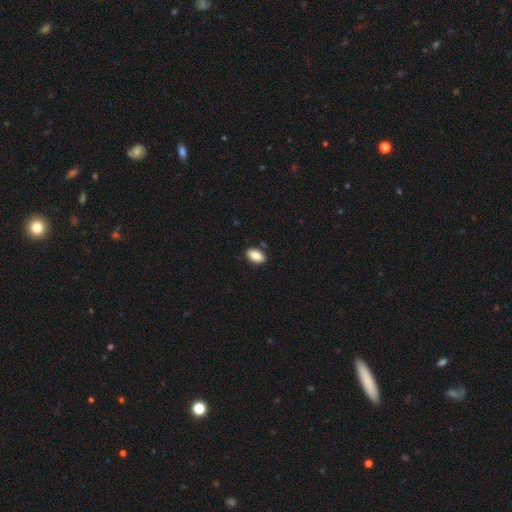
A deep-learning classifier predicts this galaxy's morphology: type=smooth (85%); roundness=in between (93%); merging=none (88%).